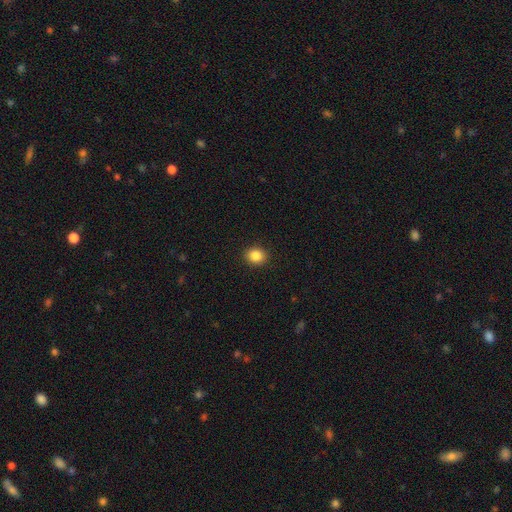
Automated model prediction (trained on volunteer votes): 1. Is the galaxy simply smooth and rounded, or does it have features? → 86% smooth, 10% star or artifact, 4% featured or disk.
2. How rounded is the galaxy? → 69% round, 30% in between, 1% cigar-shaped.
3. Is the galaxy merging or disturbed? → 91% none, 6% minor disturbance, 2% major disturbance, 1% merger.